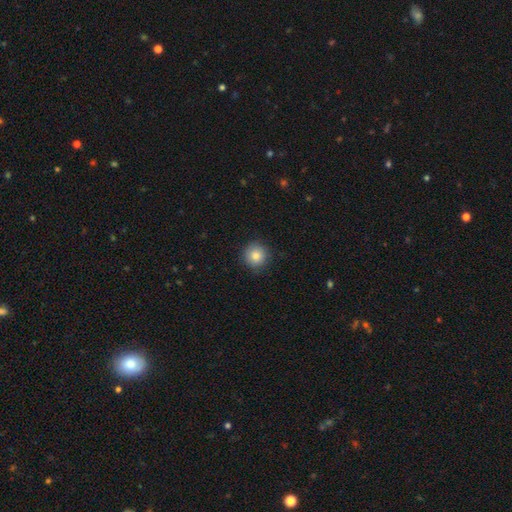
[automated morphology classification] Overall: smooth (83%). How rounded: round (94%). Merging: none (88%).